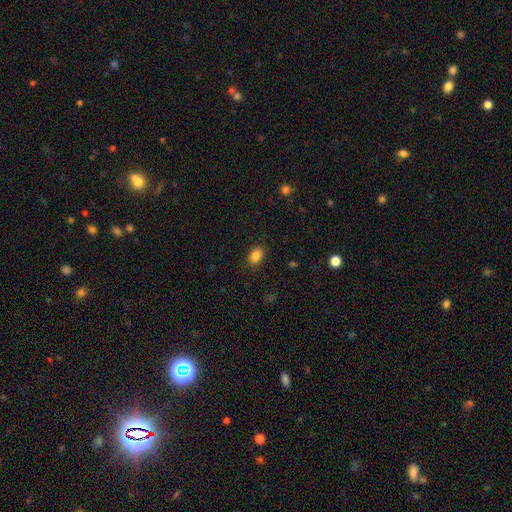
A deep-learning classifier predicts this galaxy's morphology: A smooth galaxy with no disk features (85%) that is in between round and cigar-shaped (78%). Merging: none (87%).